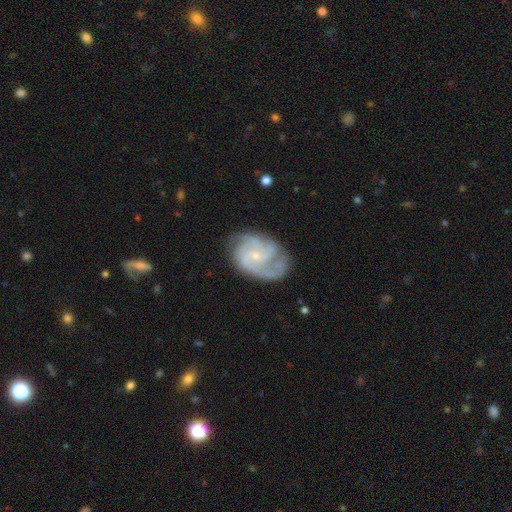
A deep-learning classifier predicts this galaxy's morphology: Smooth or featured? Predicted: featured or disk (p=0.85). Edge-on disk? Predicted: no (p=0.98). Bar? Predicted: no (p=0.62). Spiral arms? Predicted: yes (p=0.96). Spiral winding? Predicted: medium (p=0.47). Spiral arm count? Predicted: 2 (p=0.34). Bulge size? Predicted: small (p=0.79). Merging? Predicted: none (p=0.68).